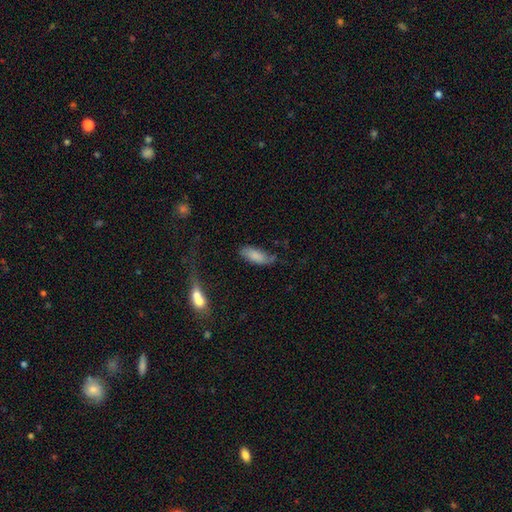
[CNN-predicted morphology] This appears to be a smooth galaxy with no disk features (77%) that is in between round and cigar-shaped (78%). Merging: none (50%).